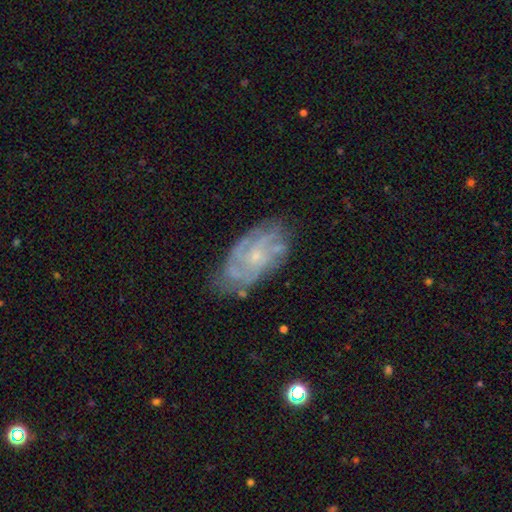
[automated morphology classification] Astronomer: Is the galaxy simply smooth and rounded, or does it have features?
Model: featured or disk — 78%.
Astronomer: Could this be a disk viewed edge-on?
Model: no — 95%.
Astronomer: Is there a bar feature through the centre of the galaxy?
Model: no — 73%.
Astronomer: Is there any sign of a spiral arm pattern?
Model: yes — 89%.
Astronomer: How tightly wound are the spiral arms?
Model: tight — 55% (runner-up: medium, 36%).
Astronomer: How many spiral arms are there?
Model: can't tell — 40% (runner-up: 3, 18%).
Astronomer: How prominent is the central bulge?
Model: small — 72%.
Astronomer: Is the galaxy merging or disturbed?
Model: none — 69%.